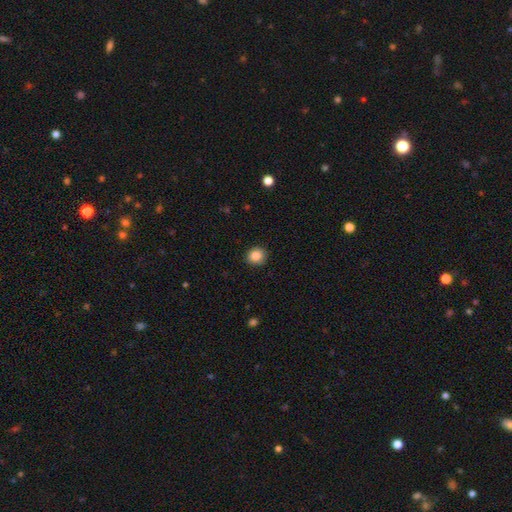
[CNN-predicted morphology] Smooth or featured: smooth — 86% (star or artifact — 10%)
How rounded: round — 85% (in between — 15%)
Merging: none — 90% (minor disturbance — 7%)